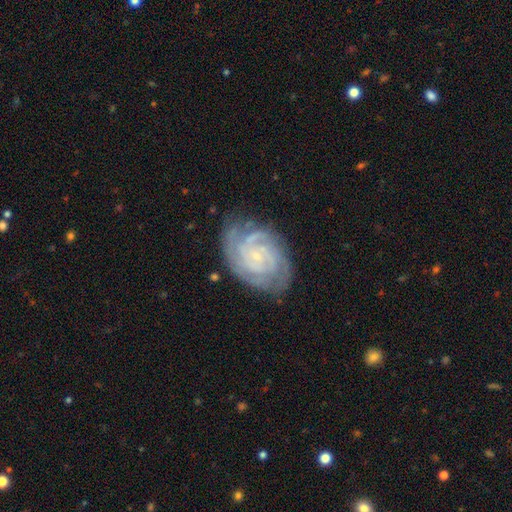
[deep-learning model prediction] This appears to be a featured or disk galaxy (88%) with no bar (70%), 2 (24%, tied with 3) tight (79%) spiral arms (98%) and a small central bulge (84%). Merging: none (76%).